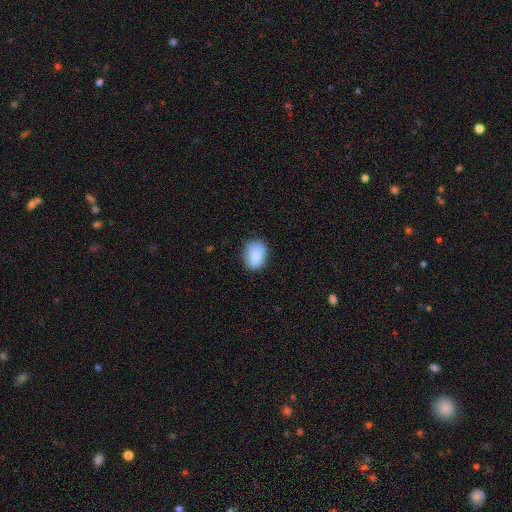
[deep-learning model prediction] This appears to be a smooth galaxy with no disk features (83%) that is in between round and cigar-shaped (71%). Merging: none (69%).